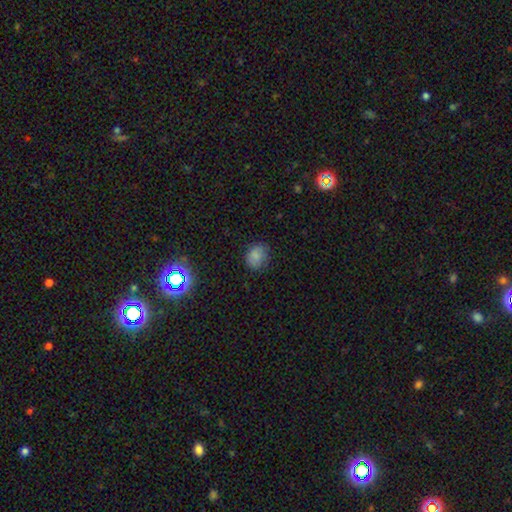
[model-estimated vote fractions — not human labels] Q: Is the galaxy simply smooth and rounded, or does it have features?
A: smooth — 79%.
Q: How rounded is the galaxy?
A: round — 58%.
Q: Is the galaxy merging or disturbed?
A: none — 73%.